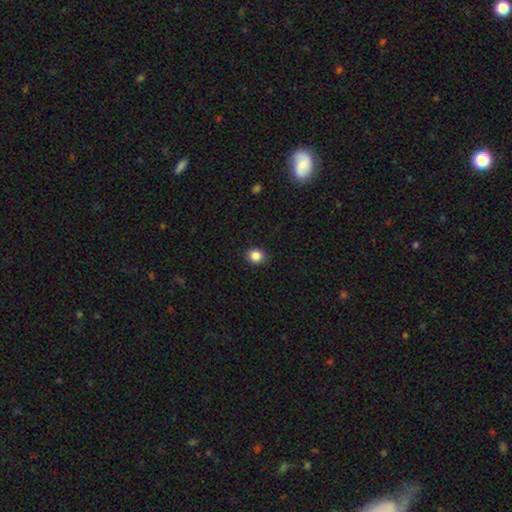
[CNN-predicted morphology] Smooth or featured: smooth — 86% (star or artifact — 11%)
How rounded: round — 80% (in between — 19%)
Merging: none — 90% (minor disturbance — 7%)